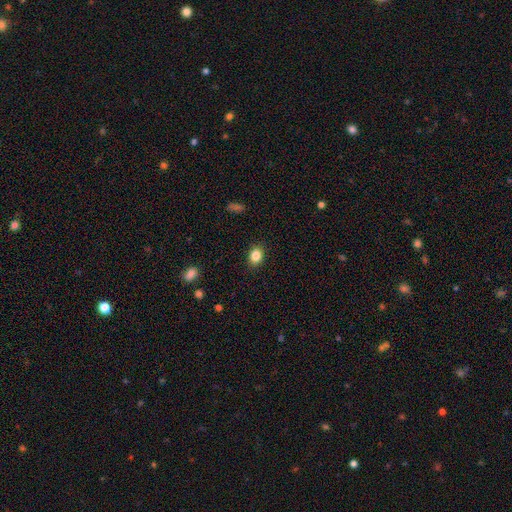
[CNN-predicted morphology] A smooth galaxy with no disk features (85%) that is in between round and cigar-shaped (55%). Merging: none (88%).